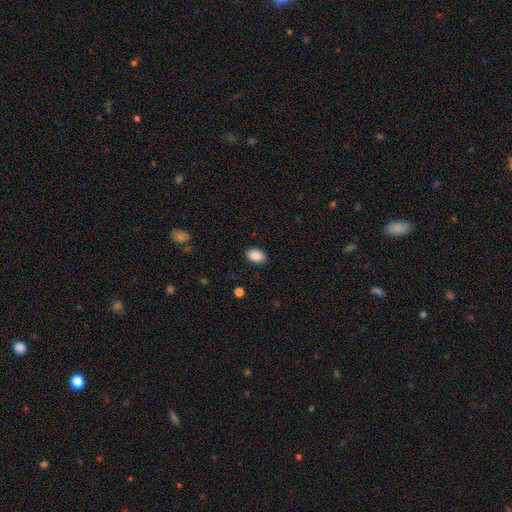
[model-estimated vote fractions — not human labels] A smooth galaxy with no disk features (89%) that is in between round and cigar-shaped (87%). Merging: none (88%).